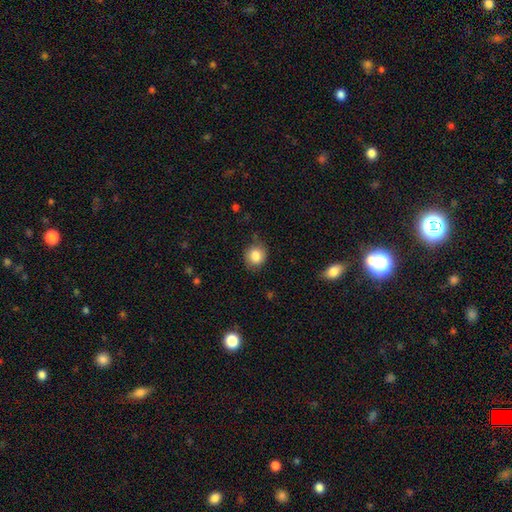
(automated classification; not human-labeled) smooth 83%, star or artifact 9%, featured or disk 8%. Down the decision tree: how rounded — round (75%); merging — none (76%).